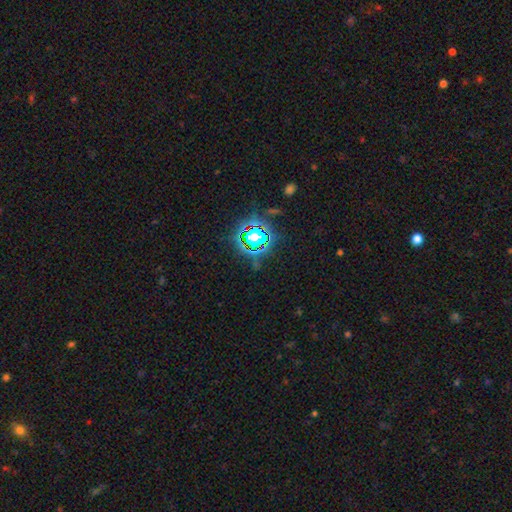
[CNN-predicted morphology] This appears to be a star or artifact, not a galaxy (79%).